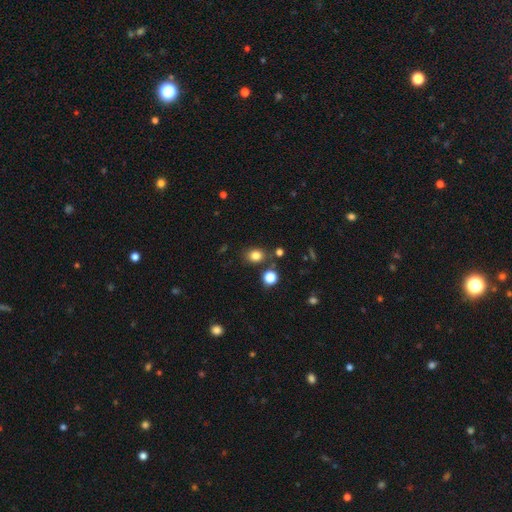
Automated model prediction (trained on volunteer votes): Overall: smooth (80%). How rounded: round (56%; in between 43%). Merging: none (77%).